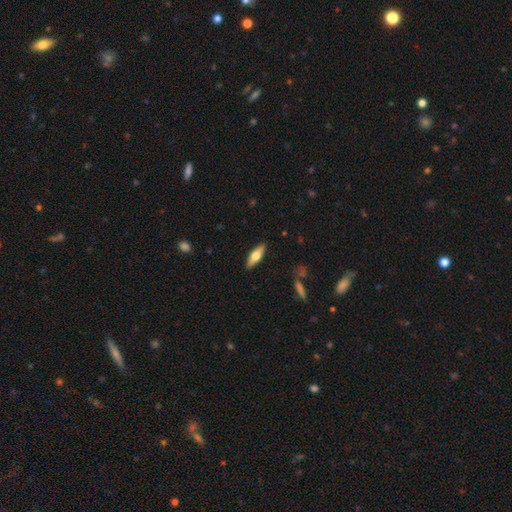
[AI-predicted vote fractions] smooth-or-featured: smooth: 52% | featured or disk: 42% | star or artifact: 6%
  how-rounded: in between: 53% | cigar-shaped: 44% | round: 2%
  merging: none: 89% | minor disturbance: 8% | major disturbance: 2% | merger: 1%